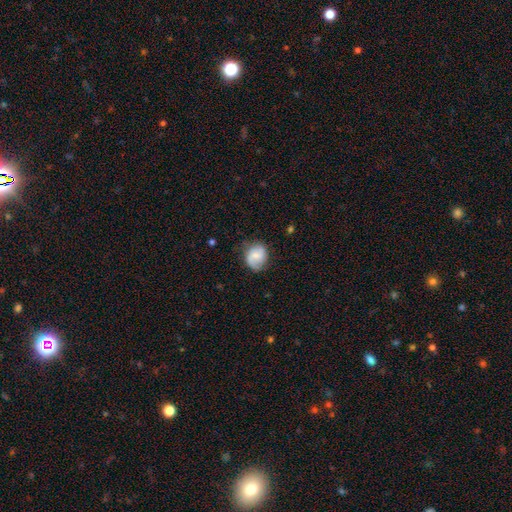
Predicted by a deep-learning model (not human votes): Q: Smooth or featured?
A: smooth (51%); runner-up: featured or disk (42%)
Q: How rounded?
A: round (70%); runner-up: in between (29%)
Q: Merging?
A: none (66%); runner-up: minor disturbance (25%)